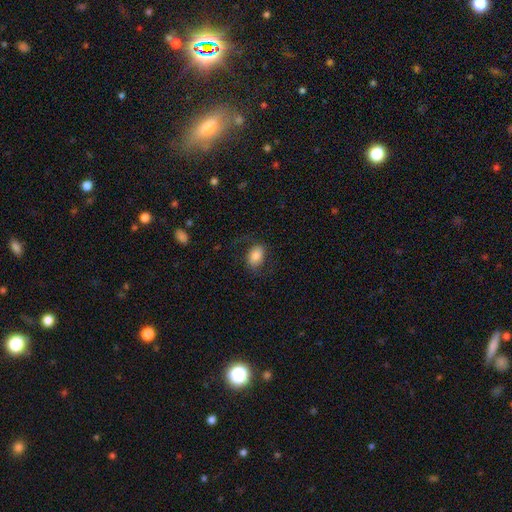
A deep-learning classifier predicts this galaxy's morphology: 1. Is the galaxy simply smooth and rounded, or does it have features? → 76% smooth, 16% featured or disk, 8% star or artifact.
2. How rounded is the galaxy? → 84% in between, 14% round, 1% cigar-shaped.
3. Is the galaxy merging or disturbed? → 69% none, 17% minor disturbance, 13% major disturbance, 1% merger.